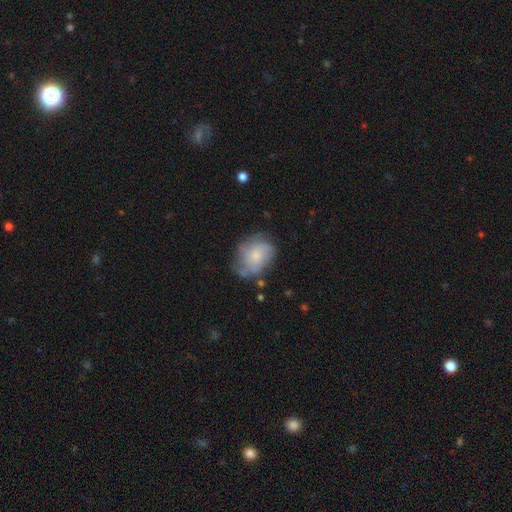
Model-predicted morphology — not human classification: This is possibly a featured or disk galaxy (52%). It is clearly not viewed edge-on (97%). Bar: likely no (80%). Spiral arm pattern: likely yes (76%). Central bulge: possibly small (55%). Merging: possibly none (59%).